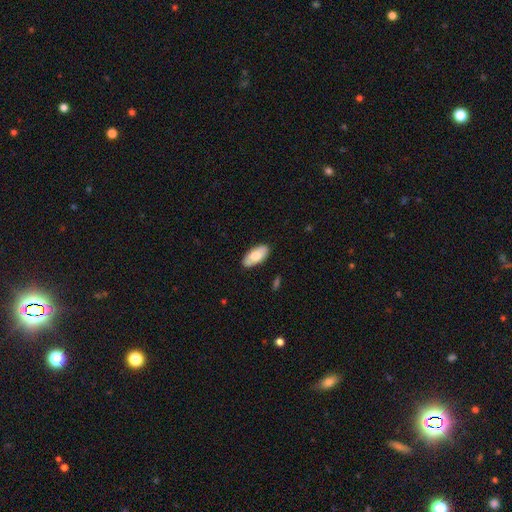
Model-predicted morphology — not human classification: Smooth or featured?
  - smooth: 72% *
  - featured or disk: 23%
  - star or artifact: 6%
How rounded?
  - in between: 91% *
  - cigar-shaped: 7%
  - round: 2%
Merging?
  - none: 87% *
  - minor disturbance: 10%
  - major disturbance: 2%
  - merger: 1%